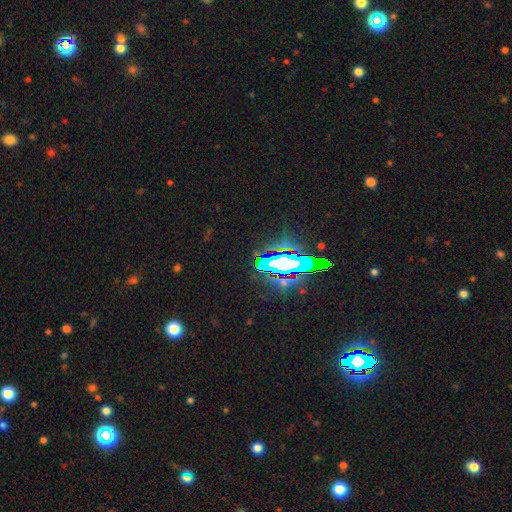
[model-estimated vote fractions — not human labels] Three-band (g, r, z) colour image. It shows a star or artifact, not a galaxy (66%).